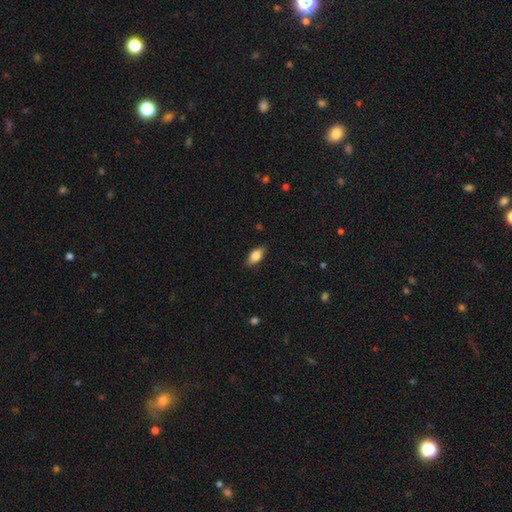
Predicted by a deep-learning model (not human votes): Q: Smooth or featured?
A: smooth (81%); runner-up: featured or disk (13%)
Q: How rounded?
A: in between (87%); runner-up: cigar-shaped (9%)
Q: Merging?
A: none (85%); runner-up: minor disturbance (12%)